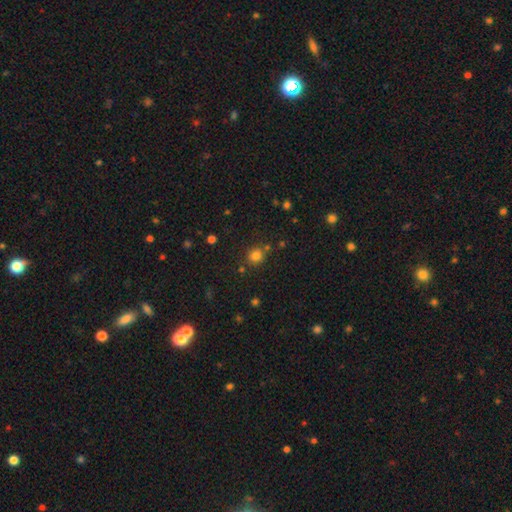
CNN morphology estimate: Smooth or featured? Predicted: smooth (p=0.79). How rounded? Predicted: round (p=0.88). Merging? Predicted: none (p=0.79).